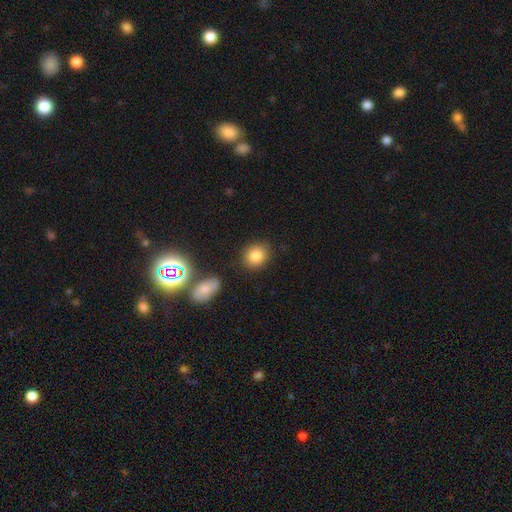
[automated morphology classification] The model was most divided on "how rounded": round: 71%, in between: 28%, cigar-shaped: 1%. More confident: smooth or featured — smooth (83%); merging — none (83%).